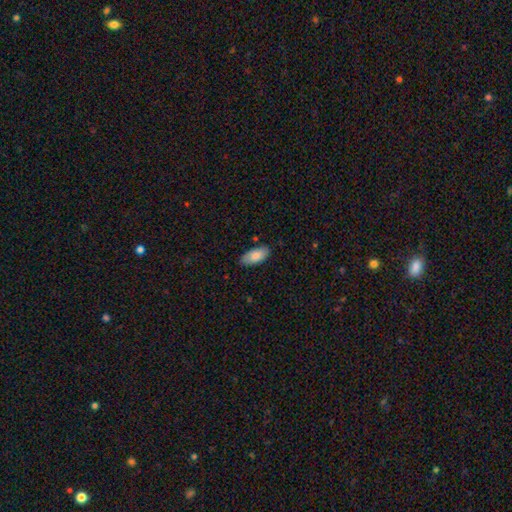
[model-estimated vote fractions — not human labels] Smooth or featured?
  - smooth: 84% *
  - featured or disk: 11%
  - star or artifact: 6%
How rounded?
  - in between: 91% *
  - cigar-shaped: 8%
  - round: 2%
Merging?
  - none: 83% *
  - minor disturbance: 13%
  - major disturbance: 2%
  - merger: 1%